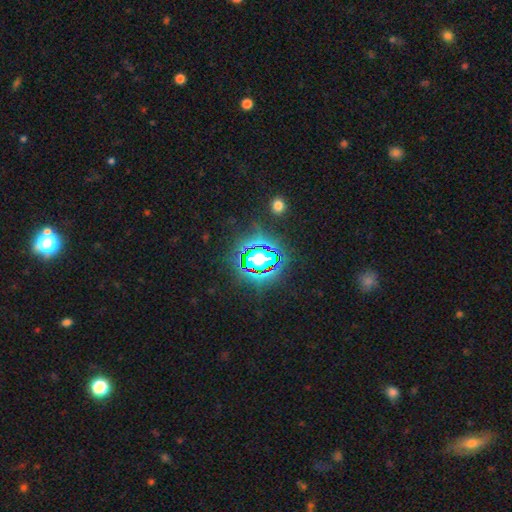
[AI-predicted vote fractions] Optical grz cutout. It shows a star or artifact, not a galaxy (80%).